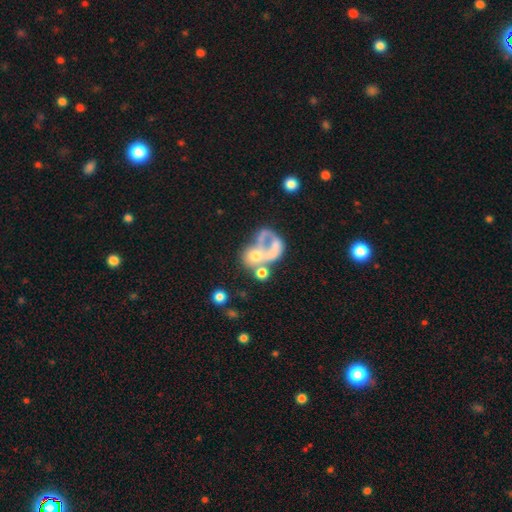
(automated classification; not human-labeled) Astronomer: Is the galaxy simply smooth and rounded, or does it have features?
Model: featured or disk — 52% (runner-up: smooth, 33%).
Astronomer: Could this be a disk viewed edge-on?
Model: no — 97%.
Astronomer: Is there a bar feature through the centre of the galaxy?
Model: no — 90%.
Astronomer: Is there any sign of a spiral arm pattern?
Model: no — 87%.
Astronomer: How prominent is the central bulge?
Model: none — 50%.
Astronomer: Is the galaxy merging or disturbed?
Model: merger — 36% (runner-up: major disturbance, 32%).